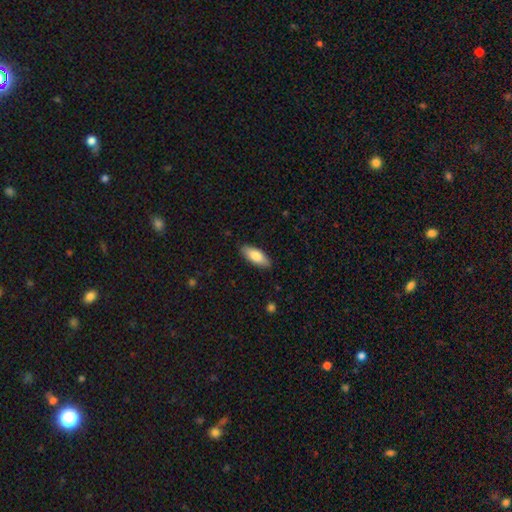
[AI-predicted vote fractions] A smooth galaxy with no disk features (81%) that is in between round and cigar-shaped (75%).

Vote fractions:
- Smooth or featured? smooth: 81% / featured or disk: 13% / star or artifact: 6%
- How rounded? in between: 75% / cigar-shaped: 23% / round: 2%
- Merging? none: 88% / minor disturbance: 9% / major disturbance: 2% / merger: 1%